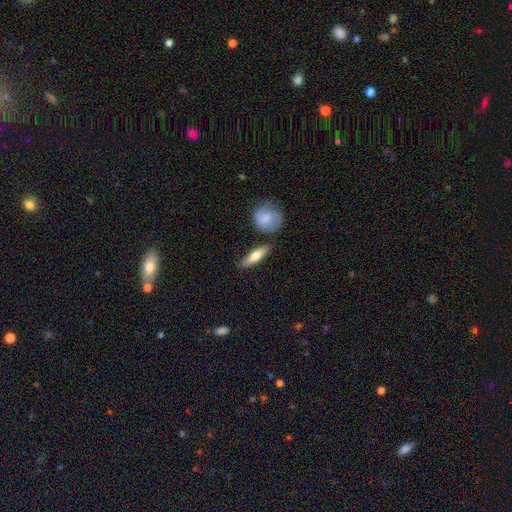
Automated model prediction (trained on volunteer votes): Overall: smooth (58%; featured or disk 36%). How rounded: cigar-shaped (60%; in between 35%). Merging: none (80%).